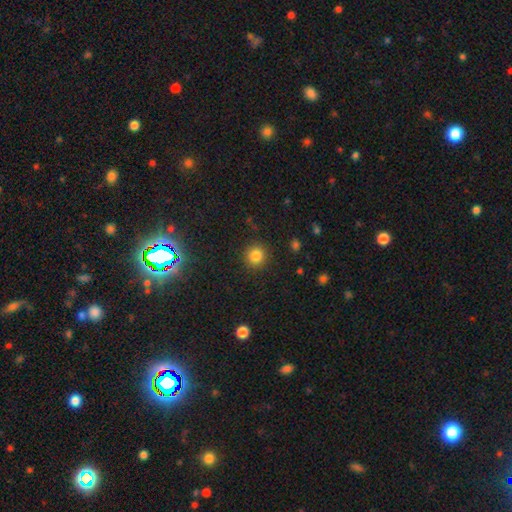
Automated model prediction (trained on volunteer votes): A smooth galaxy with no disk features (83%) that is round (92%). Merging: none (90%).